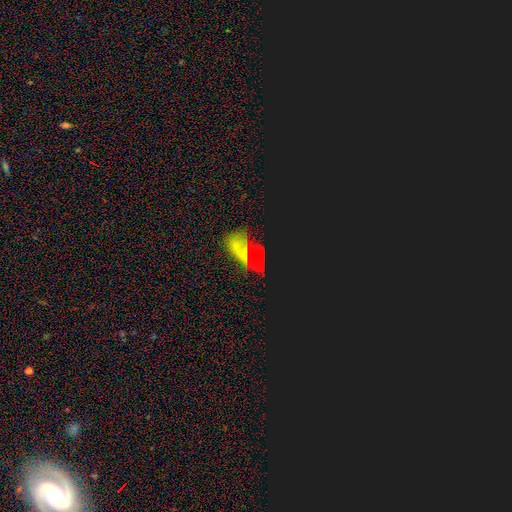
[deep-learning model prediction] Morphology: type=star or artifact (55%).